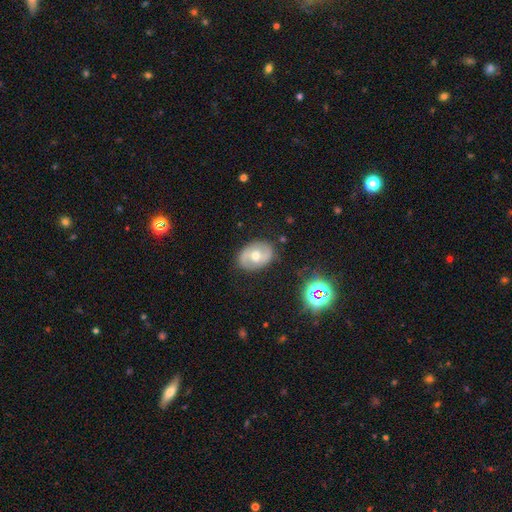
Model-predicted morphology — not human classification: Q: Smooth or featured?
A: featured or disk (58%); runner-up: smooth (33%)
Q: Edge-on disk?
A: no (95%); runner-up: yes (5%)
Q: Bar?
A: no (51%); runner-up: weak (36%)
Q: Spiral arms?
A: yes (68%); runner-up: no (32%)
Q: Bulge size?
A: moderate (72%); runner-up: small (21%)
Q: Merging?
A: none (81%); runner-up: minor disturbance (14%)